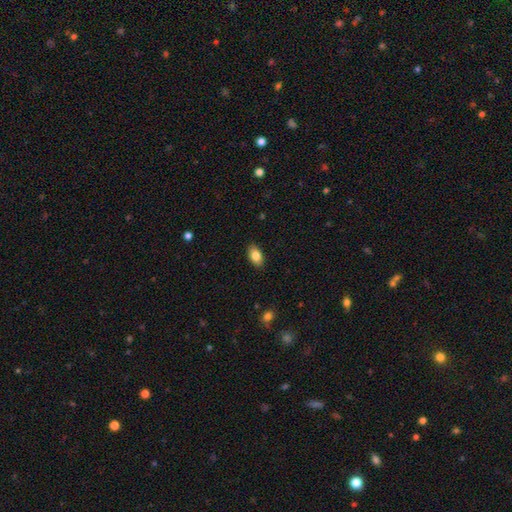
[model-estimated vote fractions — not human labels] smooth_or_featured: smooth (p=0.83) [alt: featured or disk p=0.09]
how_rounded: in between (p=0.91) [alt: round p=0.06]
merging: none (p=0.88) [alt: minor disturbance p=0.09]